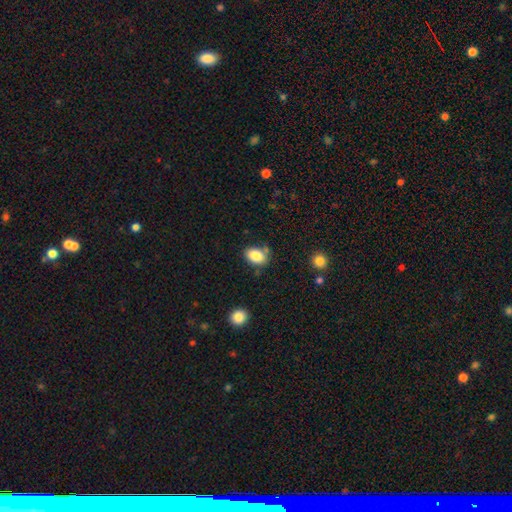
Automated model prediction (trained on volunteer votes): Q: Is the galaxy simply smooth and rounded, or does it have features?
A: smooth — 85%.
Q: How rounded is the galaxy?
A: in between — 81%.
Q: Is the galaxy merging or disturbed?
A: none — 71%.